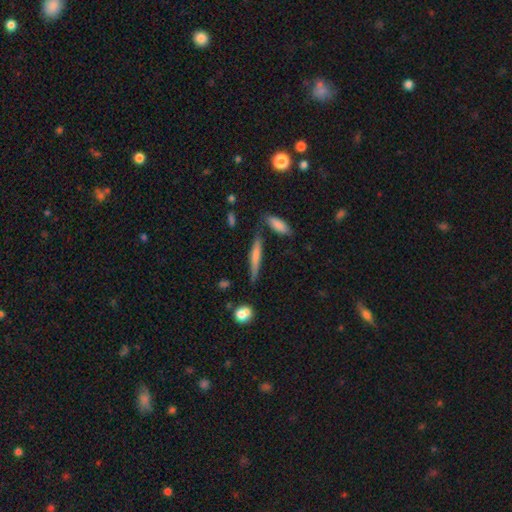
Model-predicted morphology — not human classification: Smooth or featured: smooth — 61% (featured or disk — 33%)
How rounded: cigar-shaped — 89% (in between — 9%)
Merging: none — 74% (minor disturbance — 15%)